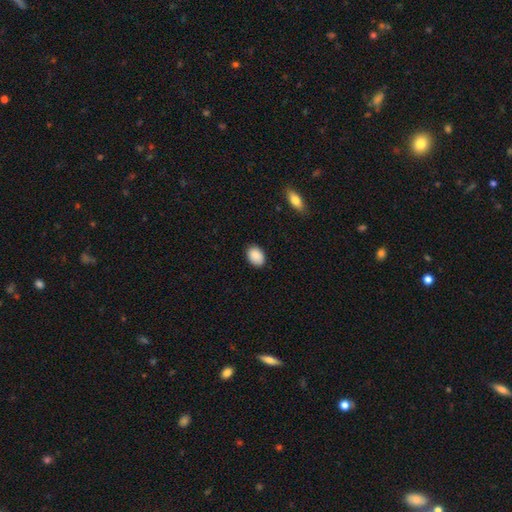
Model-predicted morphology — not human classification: This is clearly a smooth galaxy (90%). How rounded: likely in between (76%). Merging: clearly none (86%).